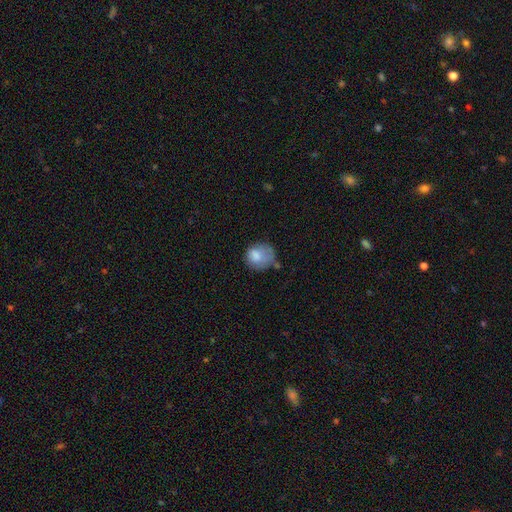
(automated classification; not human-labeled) Smooth or featured? Predicted: smooth (p=0.75). How rounded? Predicted: round (p=0.68). Merging? Predicted: none (p=0.47).